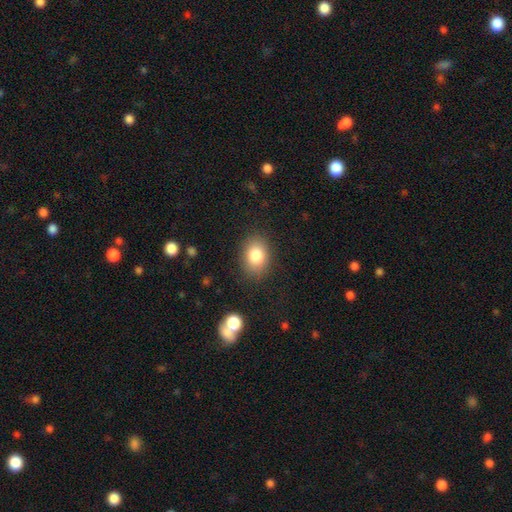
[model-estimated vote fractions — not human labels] Smooth or featured? smooth (82%)
How rounded? in between (67%)
Merging? none (85%)